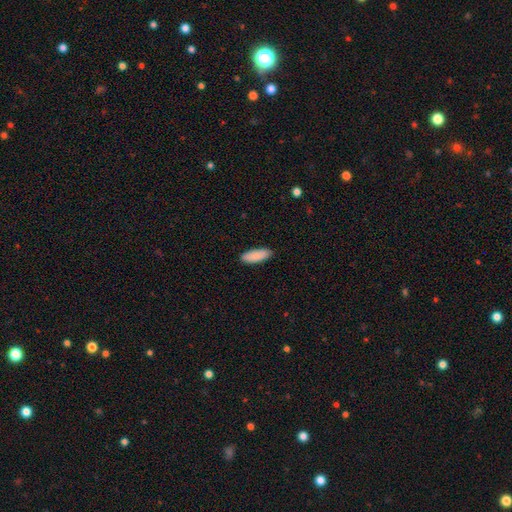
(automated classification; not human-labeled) Smooth or featured? Predicted: smooth (p=0.90). How rounded? Predicted: in between (p=0.66). Merging? Predicted: none (p=0.89).